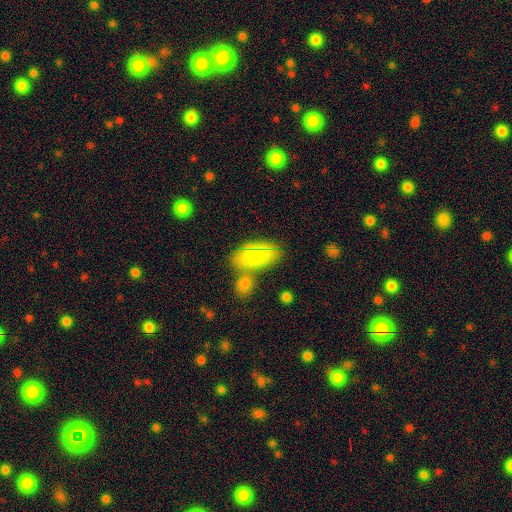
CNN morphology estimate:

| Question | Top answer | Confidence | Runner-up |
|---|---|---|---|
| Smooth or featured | smooth | 78% | featured or disk (15%) |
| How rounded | in between | 90% | cigar-shaped (7%) |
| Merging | none | 53% | merger (25%) |